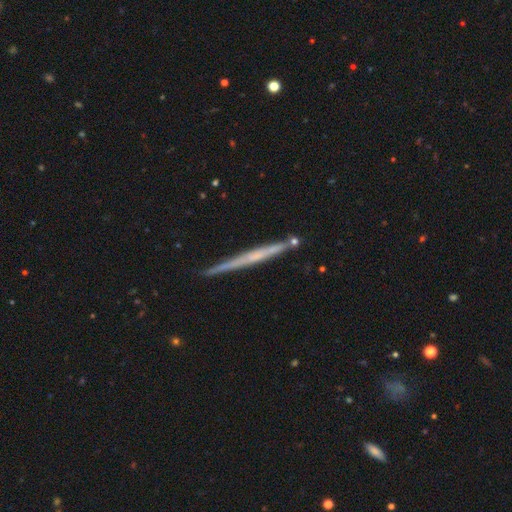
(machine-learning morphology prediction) smooth-or-featured: featured or disk: 64% | smooth: 30% | star or artifact: 6%
  disk-edge-on: yes: 97% | no: 3%
    edge-on-bulge: none: 75% | rounded: 19% | boxy: 6%
  merging: none: 85% | minor disturbance: 10% | merger: 3% | major disturbance: 2%